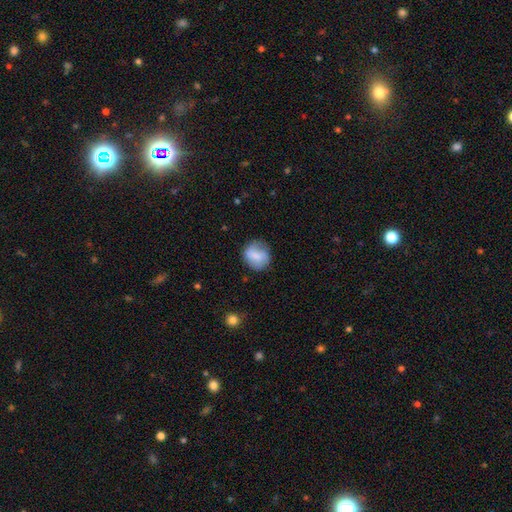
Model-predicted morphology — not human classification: This appears to be a smooth galaxy with no disk features (66%) that is round (78%). Merging: none (68%).